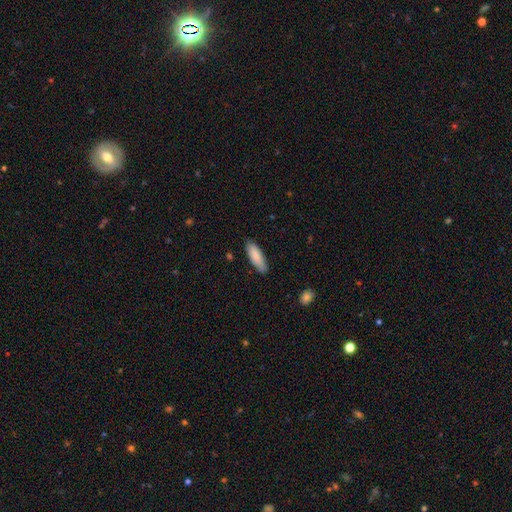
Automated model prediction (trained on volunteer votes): Q: Smooth or featured?
A: smooth (85%); runner-up: featured or disk (9%)
Q: How rounded?
A: in between (54%); runner-up: cigar-shaped (44%)
Q: Merging?
A: none (83%); runner-up: minor disturbance (14%)